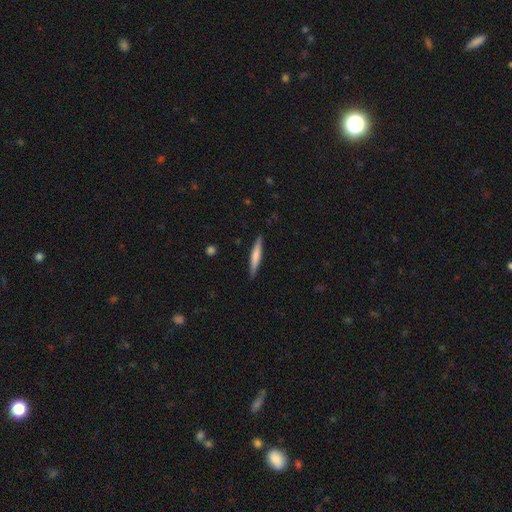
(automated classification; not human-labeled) Smooth or featured: smooth — 60% (featured or disk — 35%)
How rounded: cigar-shaped — 93% (in between — 5%)
Merging: none — 88% (minor disturbance — 9%)